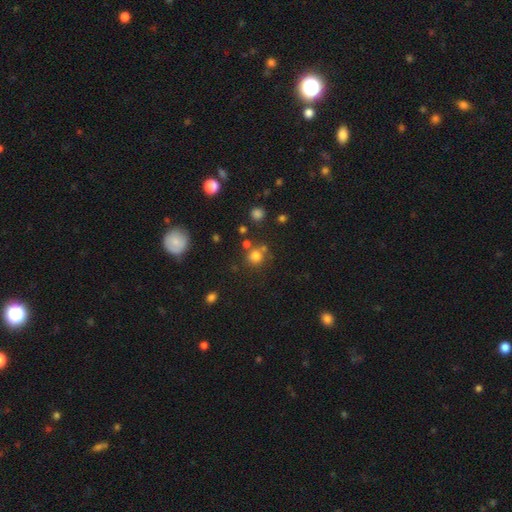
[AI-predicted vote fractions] smooth 75%, star or artifact 17%, featured or disk 8%. Down the decision tree: how rounded — round (88%); merging — none (66%).